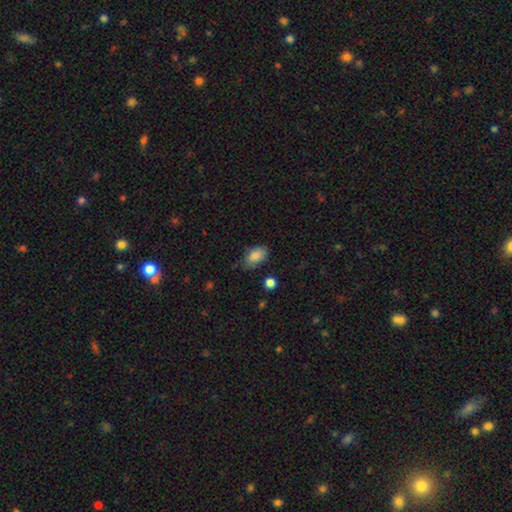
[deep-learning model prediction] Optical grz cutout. It shows a smooth galaxy with no disk features (85%) that is in between round and cigar-shaped (89%). Merging: none (66%).